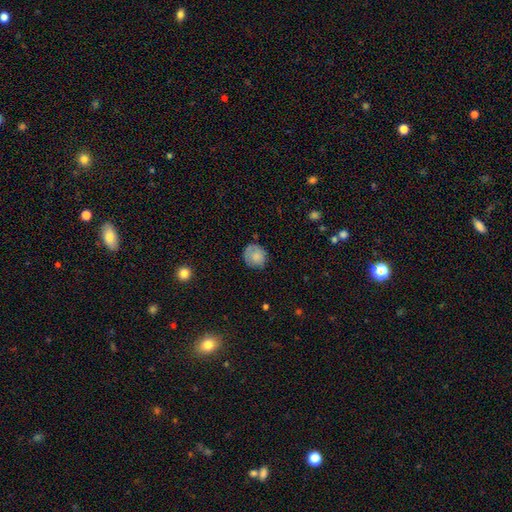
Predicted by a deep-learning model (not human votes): Smooth or featured?
  - smooth: 75% *
  - featured or disk: 17%
  - star or artifact: 8%
How rounded?
  - round: 83% *
  - in between: 16%
  - cigar-shaped: 1%
Merging?
  - none: 73% *
  - minor disturbance: 21%
  - major disturbance: 5%
  - merger: 1%